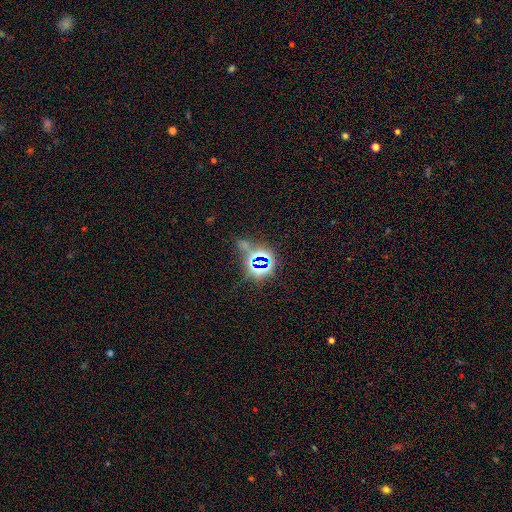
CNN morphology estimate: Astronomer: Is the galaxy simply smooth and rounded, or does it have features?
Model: star or artifact — 73%.